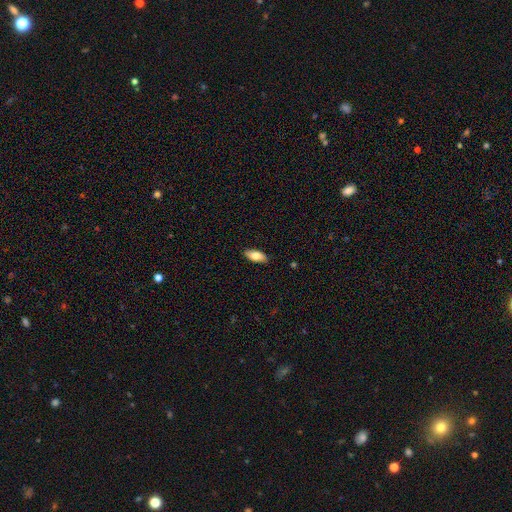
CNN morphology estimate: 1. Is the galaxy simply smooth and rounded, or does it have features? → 79% smooth, 15% featured or disk, 6% star or artifact.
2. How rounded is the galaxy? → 85% in between, 12% cigar-shaped, 2% round.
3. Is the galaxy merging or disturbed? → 89% none, 8% minor disturbance, 2% major disturbance, 1% merger.